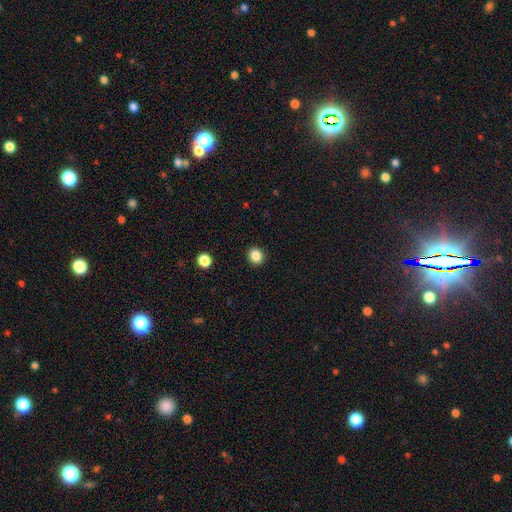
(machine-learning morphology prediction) type=smooth (86%); roundness=round (74%); merging=none (92%).